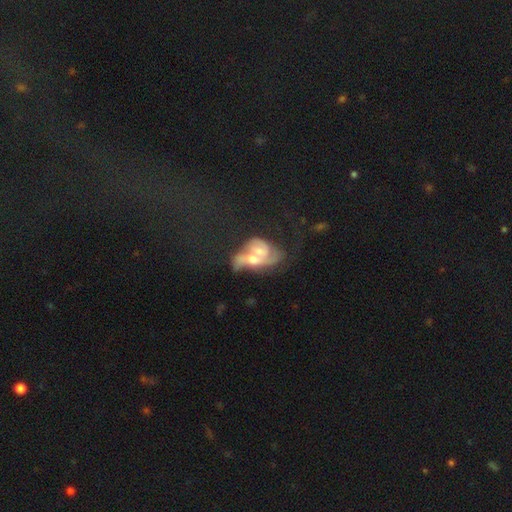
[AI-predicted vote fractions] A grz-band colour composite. It shows a featured or disk galaxy (63%) with no bar (68%), spiral arms (72%) and a moderate central bulge (55%). Merging: merger (68%).